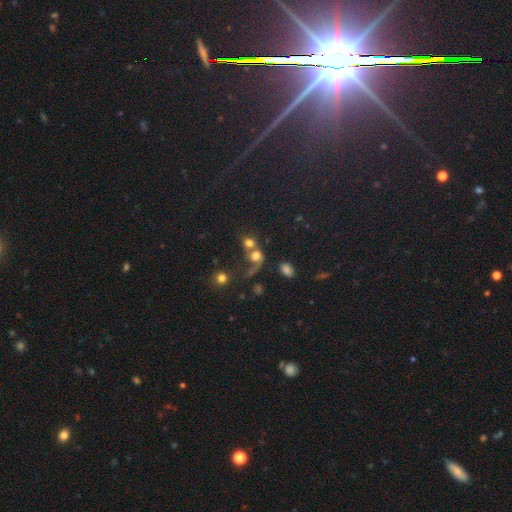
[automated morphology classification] Smooth or featured: smooth — 65% (featured or disk — 20%)
How rounded: round — 69% (in between — 29%)
Merging: merger — 60% (none — 22%)